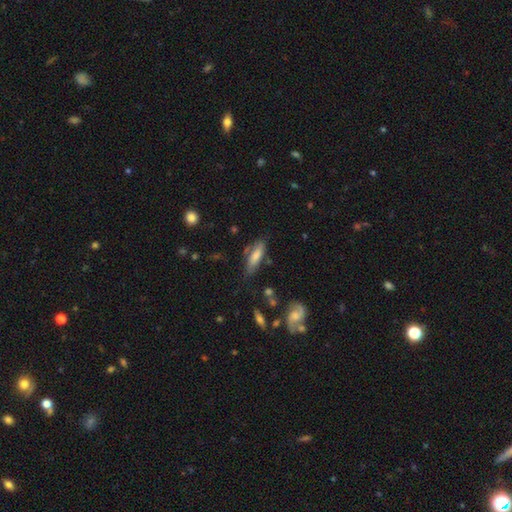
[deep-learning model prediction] smooth 70%, featured or disk 23%, star or artifact 7%. Down the decision tree: how rounded — in between (53%); merging — none (60%).